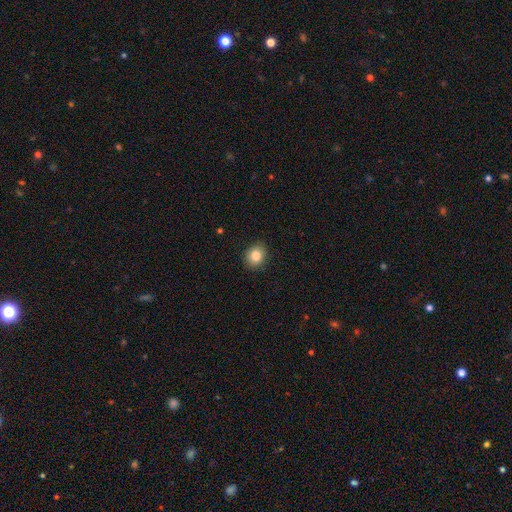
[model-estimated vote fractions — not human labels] This is clearly a smooth galaxy (83%). How rounded: likely round (67%). Merging: clearly none (89%).